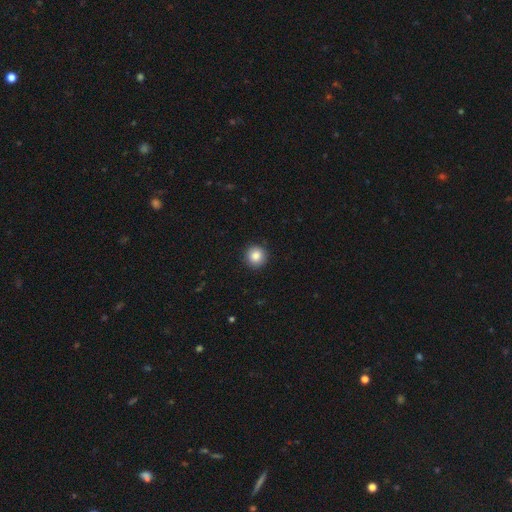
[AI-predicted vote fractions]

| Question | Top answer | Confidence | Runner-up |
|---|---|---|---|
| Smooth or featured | smooth | 86% | star or artifact (9%) |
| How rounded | round | 95% | in between (4%) |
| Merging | none | 92% | minor disturbance (6%) |